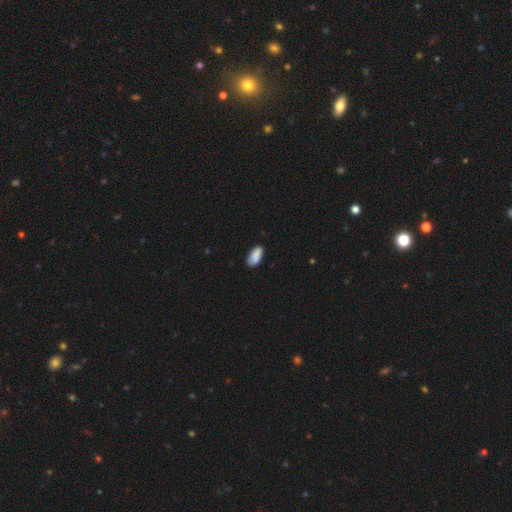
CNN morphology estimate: This appears to be a smooth galaxy with no disk features (87%) that is in between round and cigar-shaped (88%). Merging: none (80%).